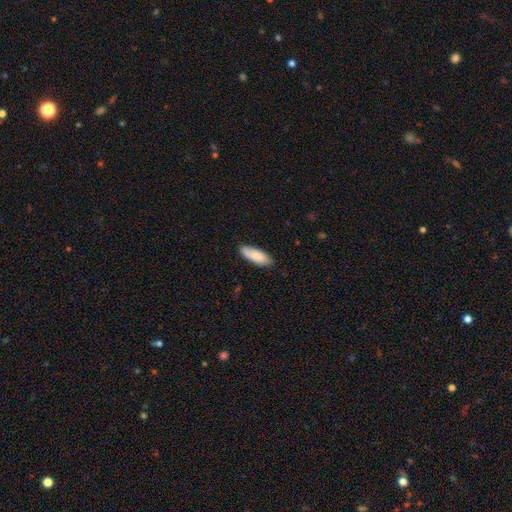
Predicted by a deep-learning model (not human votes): A smooth galaxy with no disk features (81%) that is in between round and cigar-shaped (70%).

Vote fractions:
- Smooth or featured? smooth: 81% / featured or disk: 13% / star or artifact: 6%
- How rounded? in between: 70% / cigar-shaped: 28% / round: 2%
- Merging? none: 81% / minor disturbance: 15% / major disturbance: 2% / merger: 1%